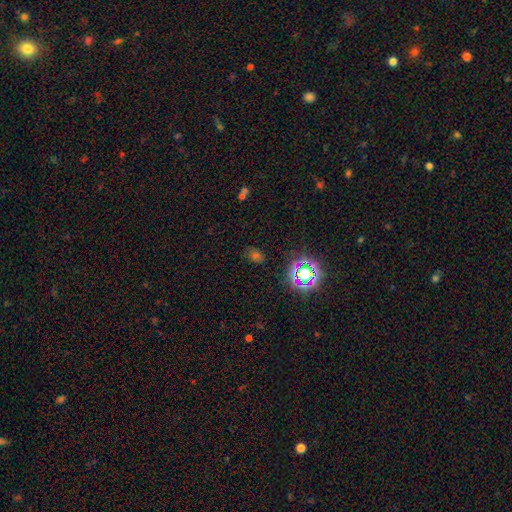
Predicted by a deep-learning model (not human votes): star or artifact 48%, smooth 43%, featured or disk 9%.